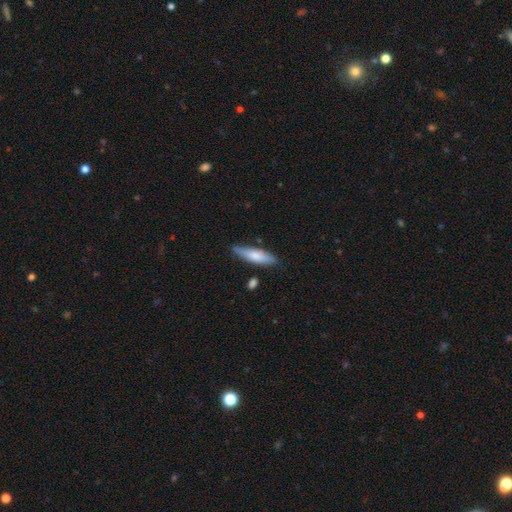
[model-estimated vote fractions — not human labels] A smooth galaxy with no disk features (72%) that is cigar-shaped (67%).

Vote fractions:
- Smooth or featured? smooth: 72% / featured or disk: 23% / star or artifact: 6%
- How rounded? cigar-shaped: 67% / in between: 31% / round: 2%
- Merging? none: 75% / minor disturbance: 18% / merger: 4% / major disturbance: 3%